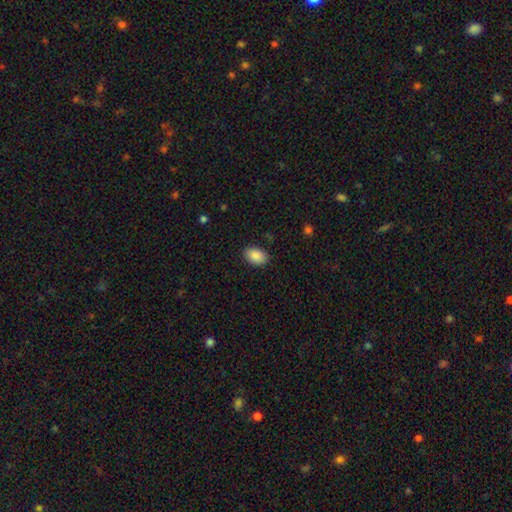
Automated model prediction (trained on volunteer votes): smooth-or-featured: smooth: 89% | star or artifact: 7% | featured or disk: 4%
  how-rounded: in between: 90% | round: 9% | cigar-shaped: 1%
  merging: none: 88% | minor disturbance: 9% | major disturbance: 2% | merger: 1%